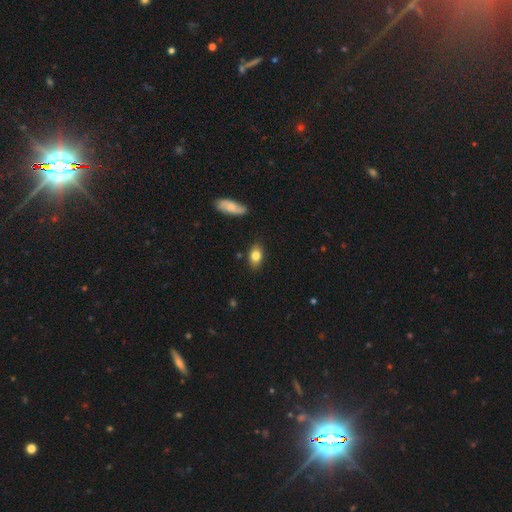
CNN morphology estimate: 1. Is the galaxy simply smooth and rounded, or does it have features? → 81% smooth, 12% featured or disk, 8% star or artifact.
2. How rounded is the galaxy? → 86% in between, 11% round, 4% cigar-shaped.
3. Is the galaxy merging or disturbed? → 83% none, 12% minor disturbance, 2% major disturbance, 2% merger.